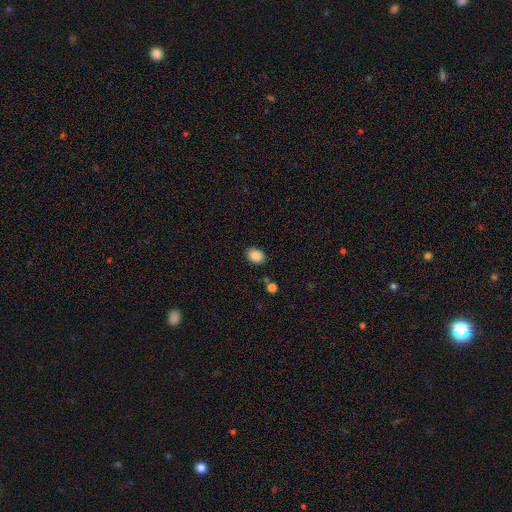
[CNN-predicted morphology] Smooth or featured? Predicted: smooth (p=0.87). How rounded? Predicted: in between (p=0.65). Merging? Predicted: none (p=0.85).